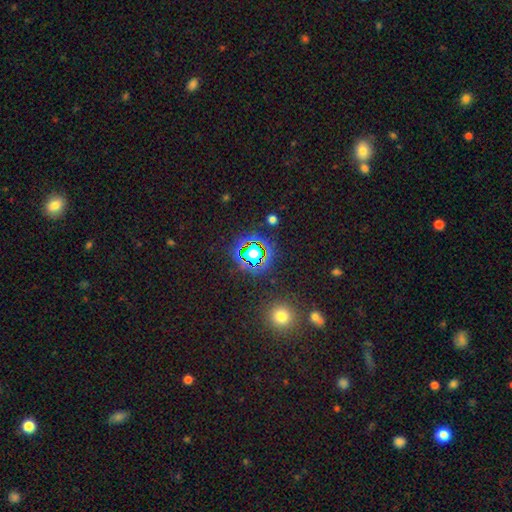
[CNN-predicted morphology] smooth-or-featured: star or artifact: 75% | smooth: 16% | featured or disk: 9%